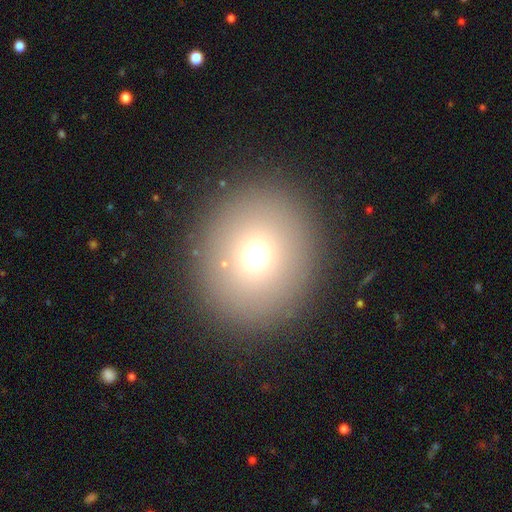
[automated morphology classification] The model was most divided on "smooth or featured": smooth: 69%, star or artifact: 19%, featured or disk: 12%. More confident: merging — none (90%); how rounded — round (82%).